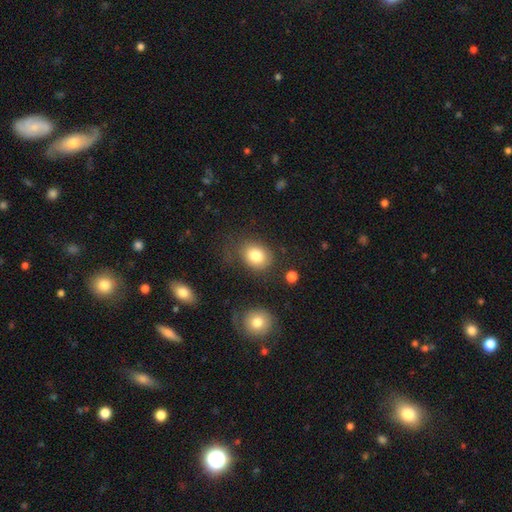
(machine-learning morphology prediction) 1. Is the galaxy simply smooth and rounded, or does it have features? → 81% smooth, 10% featured or disk, 9% star or artifact.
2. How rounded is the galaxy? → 53% round, 46% in between, 1% cigar-shaped.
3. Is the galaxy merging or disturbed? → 70% none, 18% minor disturbance, 9% major disturbance, 4% merger.